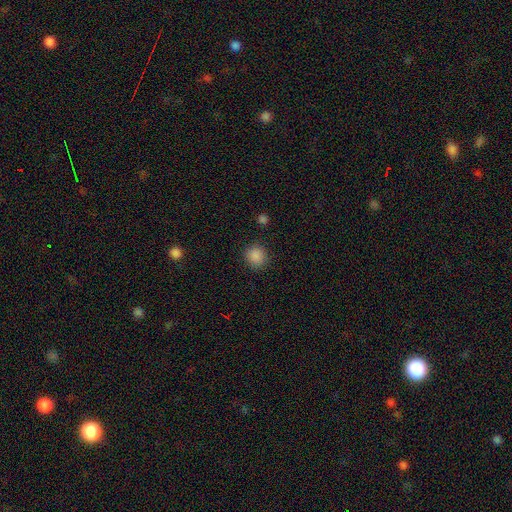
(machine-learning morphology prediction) A smooth galaxy with no disk features (87%) that is round (87%).

Vote fractions:
- Smooth or featured? smooth: 87% / star or artifact: 11% / featured or disk: 3%
- How rounded? round: 87% / in between: 12% / cigar-shaped: 1%
- Merging? none: 88% / minor disturbance: 8% / major disturbance: 3% / merger: 2%